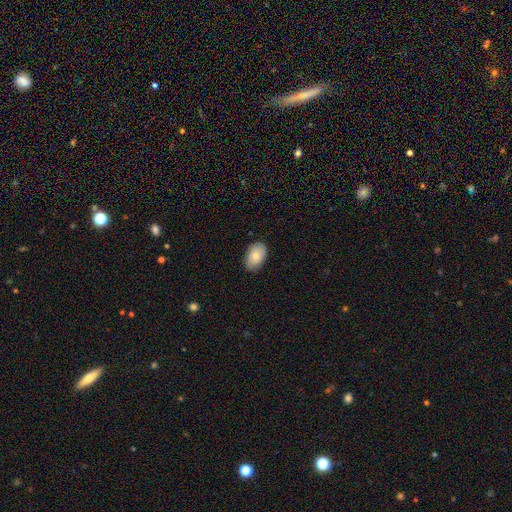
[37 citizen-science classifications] This is clearly a smooth galaxy (81%). How rounded: clearly in between (90%). Merging: clearly none (86%).